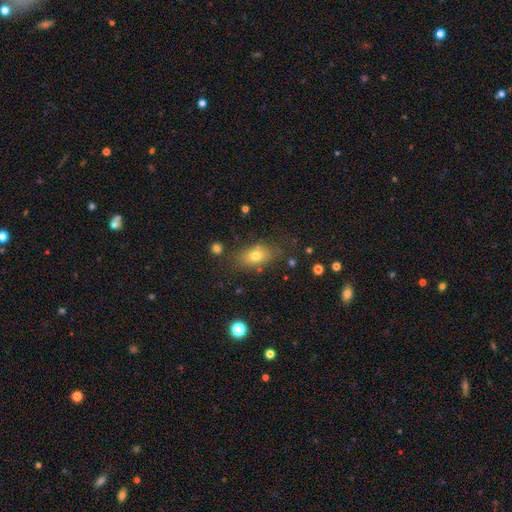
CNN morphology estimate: smooth-or-featured: smooth: 71% | featured or disk: 17% | star or artifact: 12%
  how-rounded: in between: 80% | round: 15% | cigar-shaped: 6%
  merging: none: 76% | minor disturbance: 15% | major disturbance: 5% | merger: 4%